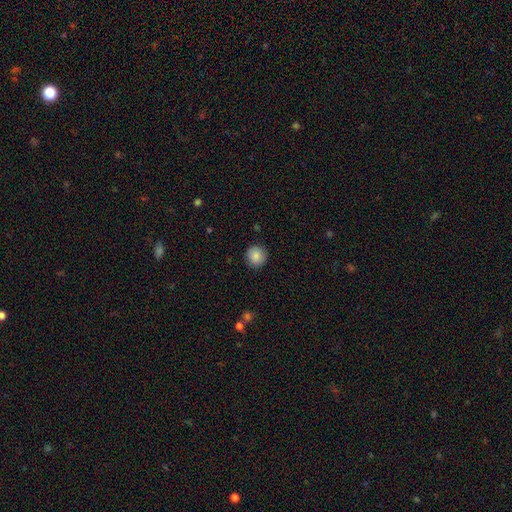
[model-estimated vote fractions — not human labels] This is clearly a smooth galaxy (86%). How rounded: clearly round (93%). Merging: clearly none (89%).